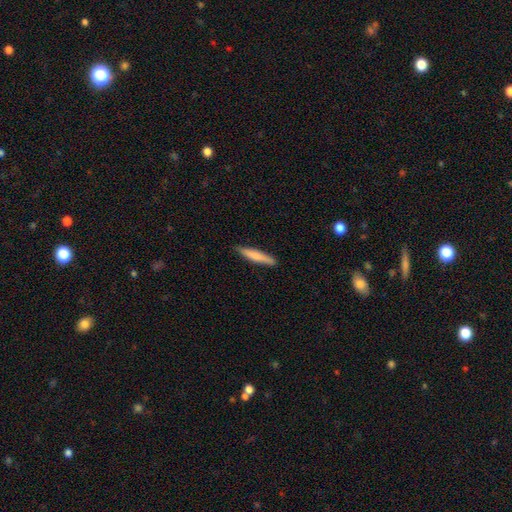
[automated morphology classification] smooth 73%, featured or disk 22%, star or artifact 5%. Down the decision tree: how rounded — cigar-shaped (90%); merging — none (87%).